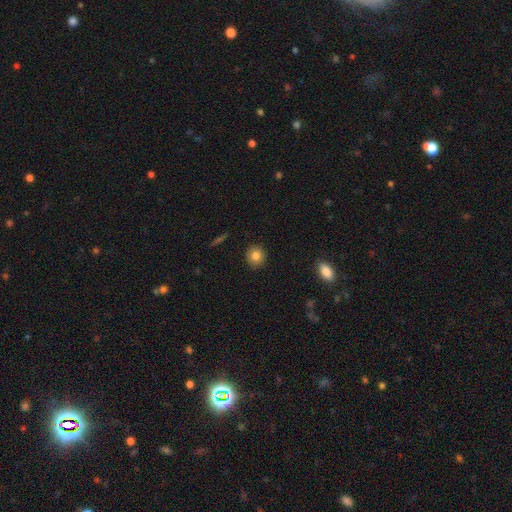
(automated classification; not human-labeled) Q: Smooth or featured?
A: smooth (83%); runner-up: star or artifact (9%)
Q: How rounded?
A: round (85%); runner-up: in between (14%)
Q: Merging?
A: none (91%); runner-up: minor disturbance (6%)